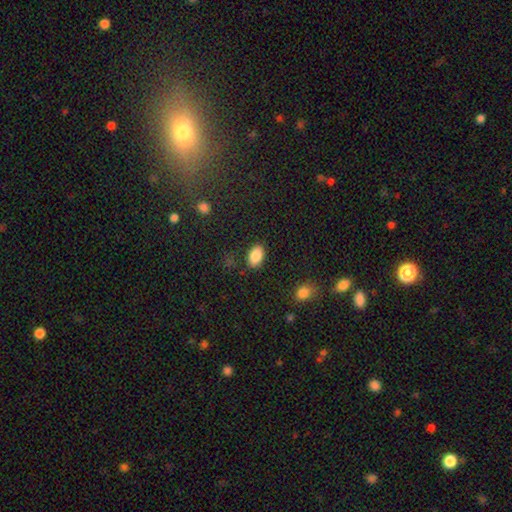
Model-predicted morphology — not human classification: Overall: smooth (87%). How rounded: in between (91%). Merging: none (84%).